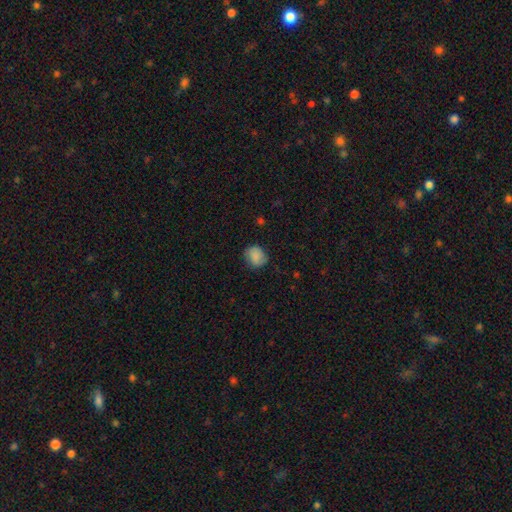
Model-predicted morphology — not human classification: Smooth or featured? smooth (85%)
How rounded? round (69%)
Merging? none (75%)